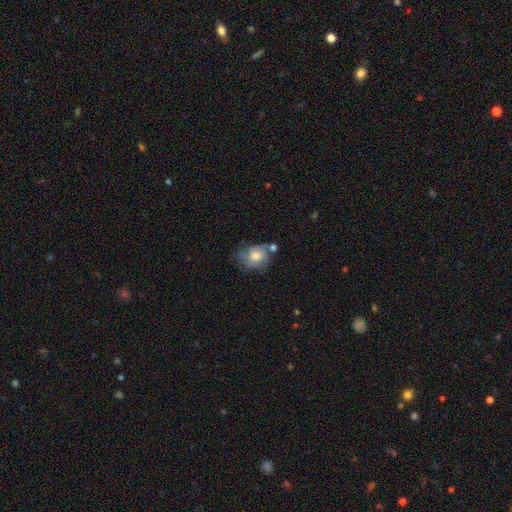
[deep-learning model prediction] Morphology: type=smooth (48%); merging=none (51%).